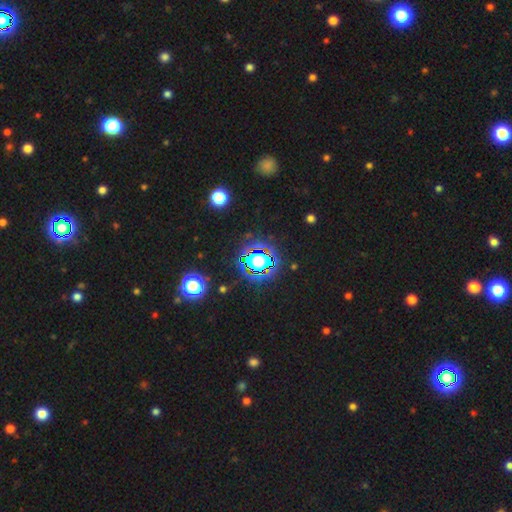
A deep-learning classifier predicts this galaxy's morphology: The model was most divided on "smooth or featured": star or artifact: 67%, smooth: 21%, featured or disk: 12%.